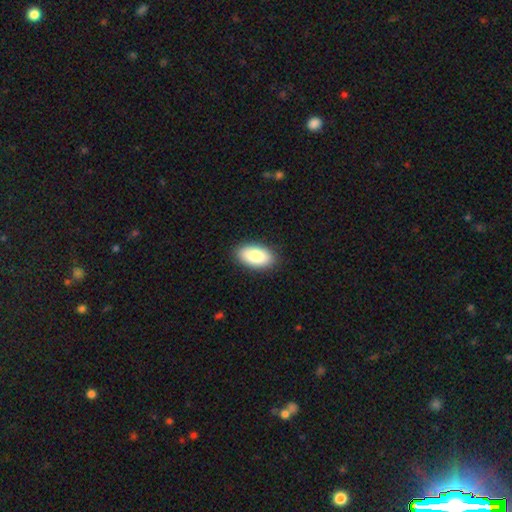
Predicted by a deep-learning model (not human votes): Smooth or featured? smooth (88%)
How rounded? in between (95%)
Merging? none (89%)